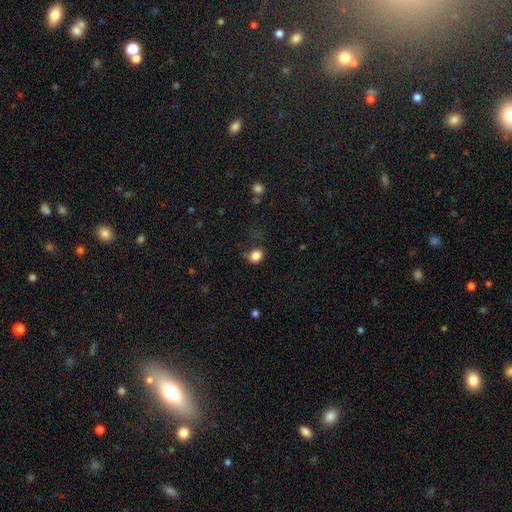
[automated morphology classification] Smooth or featured: smooth — 84% (star or artifact — 11%)
How rounded: round — 62% (in between — 37%)
Merging: none — 66% (minor disturbance — 22%)